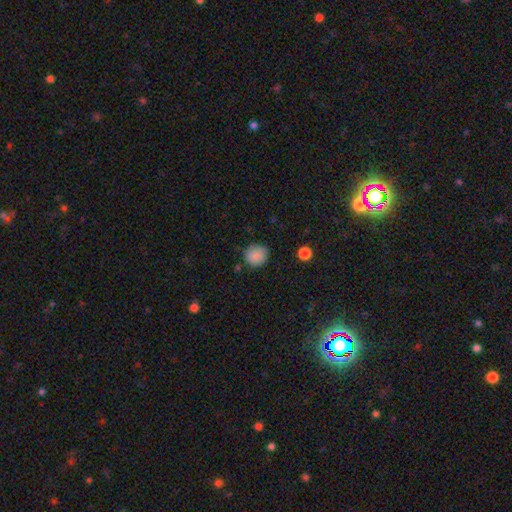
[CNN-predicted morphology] A smooth galaxy with no disk features (87%) that is round (87%). Merging: none (80%).